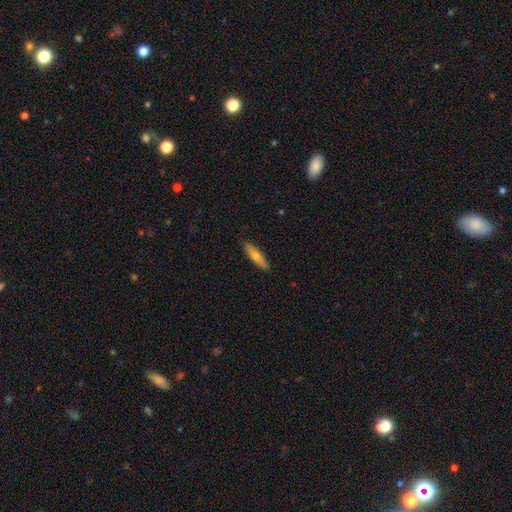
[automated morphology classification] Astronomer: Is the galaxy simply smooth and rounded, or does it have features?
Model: smooth — 60%.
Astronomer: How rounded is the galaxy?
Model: cigar-shaped — 73%.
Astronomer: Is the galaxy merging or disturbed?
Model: none — 89%.